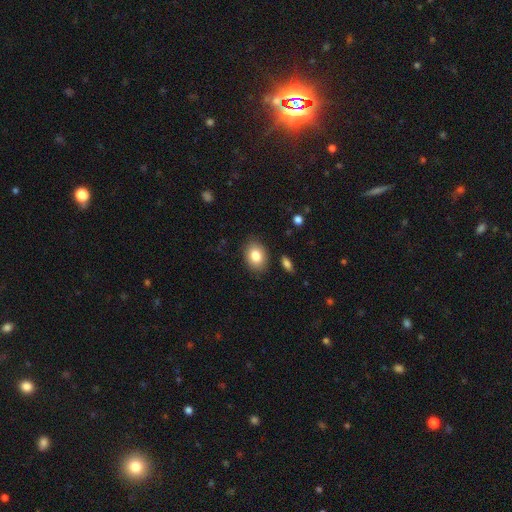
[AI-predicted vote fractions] A smooth galaxy with no disk features (83%) that is in between round and cigar-shaped (71%). Merging: none (85%).